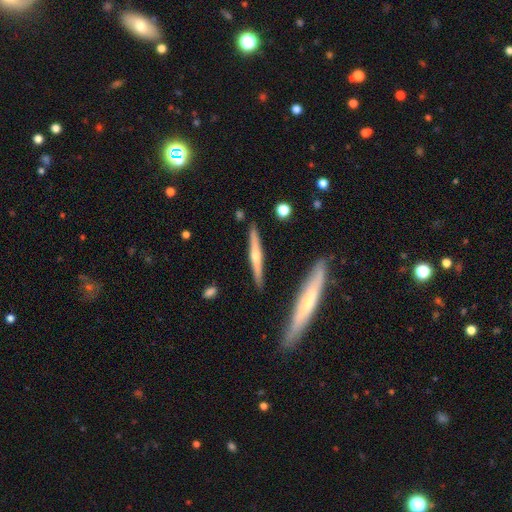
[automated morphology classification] This appears to be a featured or disk galaxy (64%) viewed edge-on (97%) with a rounded central bulge (82%). Merging: none (88%).